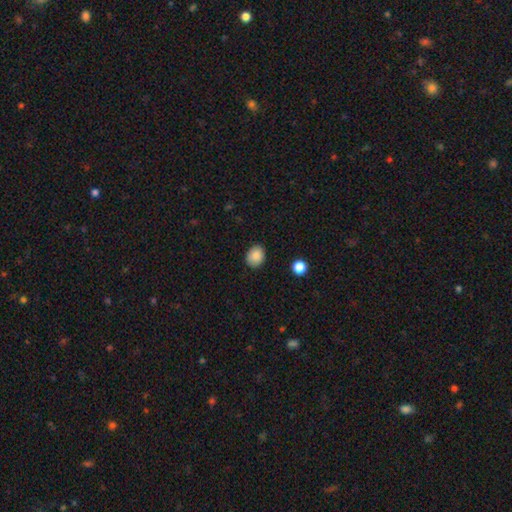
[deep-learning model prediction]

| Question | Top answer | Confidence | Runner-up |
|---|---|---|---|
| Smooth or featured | smooth | 87% | star or artifact (9%) |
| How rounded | round | 52% | in between (47%) |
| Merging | none | 87% | minor disturbance (9%) |